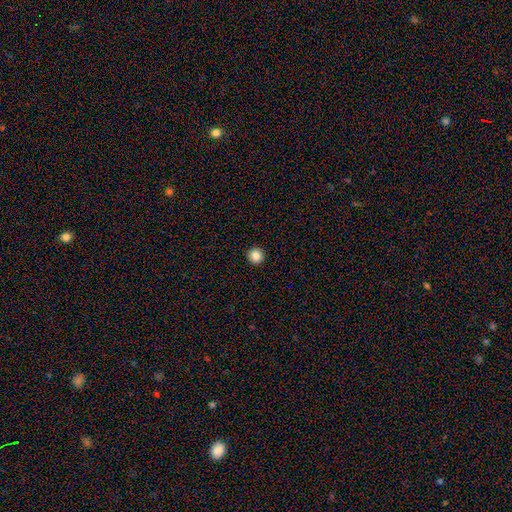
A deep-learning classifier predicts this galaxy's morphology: smooth_or_featured: smooth (p=0.86) [alt: star or artifact p=0.10]
how_rounded: round (p=0.95) [alt: in between p=0.04]
merging: none (p=0.94) [alt: minor disturbance p=0.04]